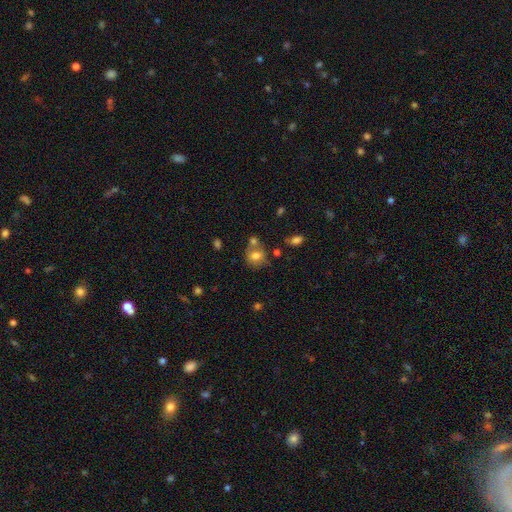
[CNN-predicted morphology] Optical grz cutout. It shows a smooth galaxy with no disk features (74%) that is round (62%). Merging: none (48%).